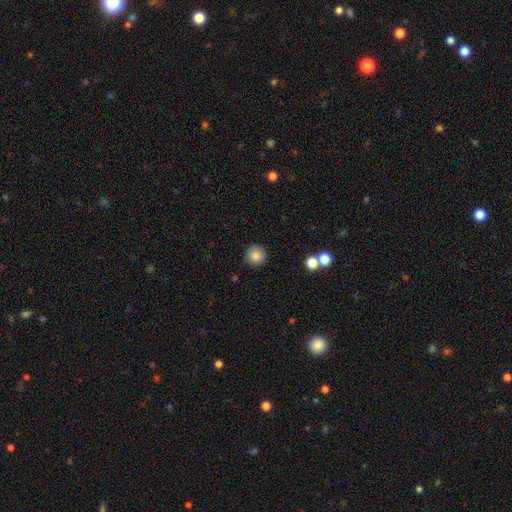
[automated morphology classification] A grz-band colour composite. It shows a smooth galaxy with no disk features (86%) that is round (95%). Merging: none (90%).